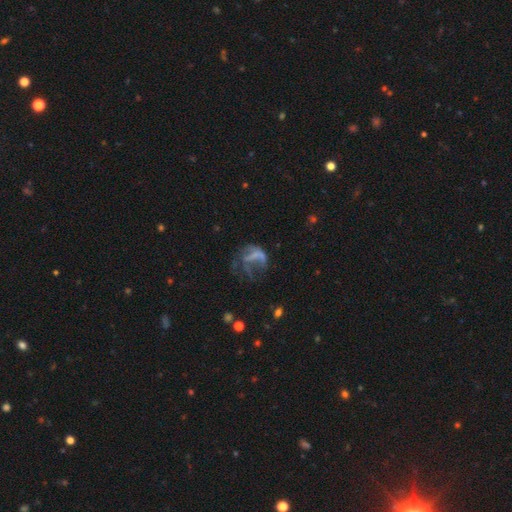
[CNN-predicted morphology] The model was most divided on "smooth or featured": featured or disk: 51%, smooth: 32%, star or artifact: 17%. More confident: edge-on disk — no (96%); merging — major disturbance (57%).